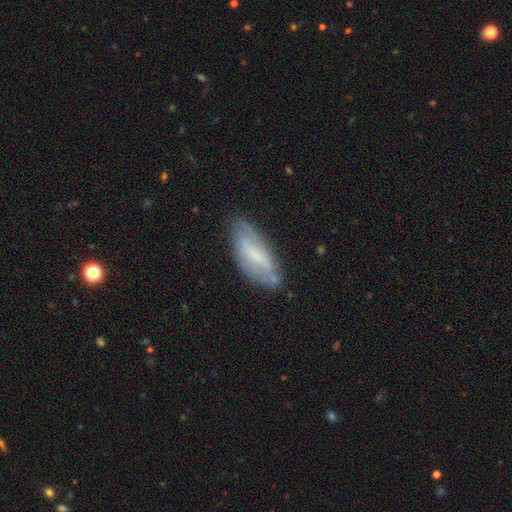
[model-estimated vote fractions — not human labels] Overall: smooth (46%; featured or disk 43%). Merging: none (72%).